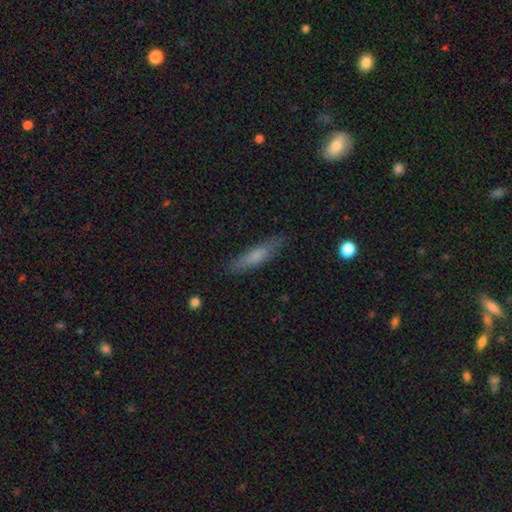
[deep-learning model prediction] Overall: smooth (64%; featured or disk 29%). How rounded: cigar-shaped (82%). Merging: none (83%).